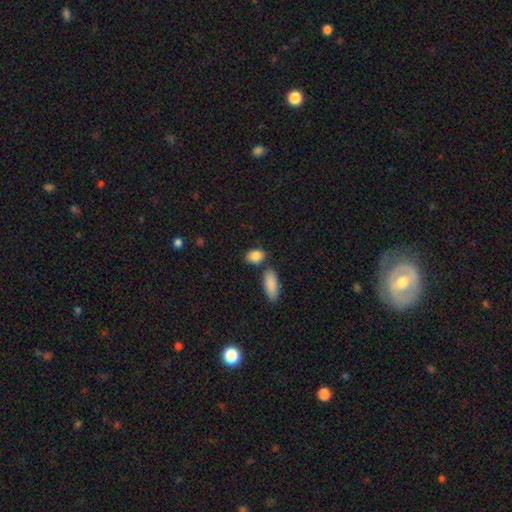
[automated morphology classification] Smooth or featured? smooth (87%)
How rounded? in between (85%)
Merging? none (67%)